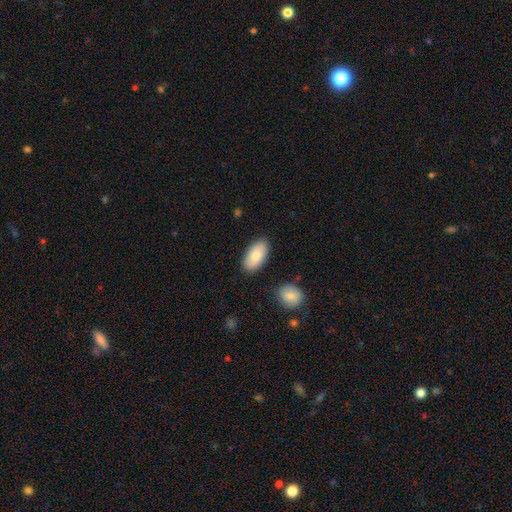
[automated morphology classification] Q: Smooth or featured?
A: smooth (82%); runner-up: featured or disk (12%)
Q: How rounded?
A: in between (94%); runner-up: cigar-shaped (3%)
Q: Merging?
A: none (85%); runner-up: minor disturbance (10%)